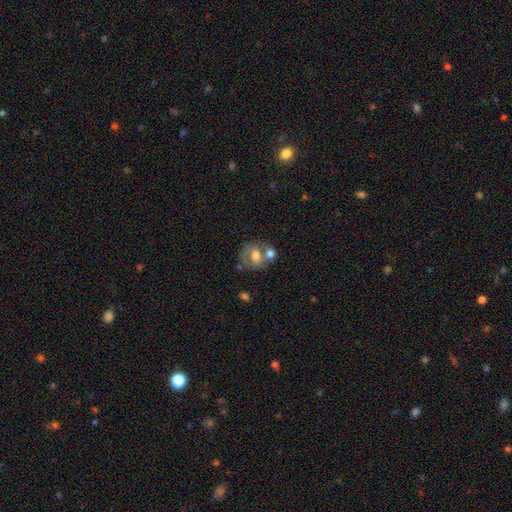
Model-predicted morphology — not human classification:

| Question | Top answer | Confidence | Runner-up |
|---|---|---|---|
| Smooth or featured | smooth | 59% | featured or disk (32%) |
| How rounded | round | 58% | in between (40%) |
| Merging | merger | 40% | none (39%) |